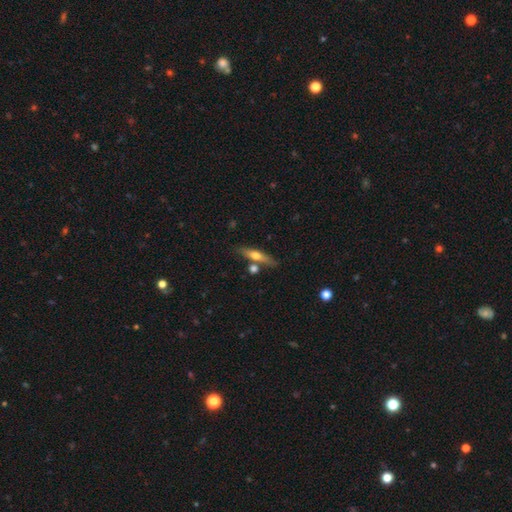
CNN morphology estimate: A smooth galaxy with no disk features (48%). Merging: none (74%).